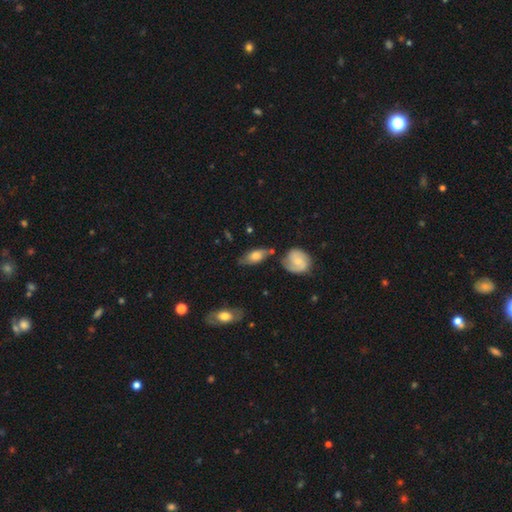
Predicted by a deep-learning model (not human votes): smooth_or_featured: smooth (p=0.54) [alt: featured or disk p=0.39]
how_rounded: in between (p=0.81) [alt: cigar-shaped p=0.12]
merging: none (p=0.65) [alt: minor disturbance p=0.21]